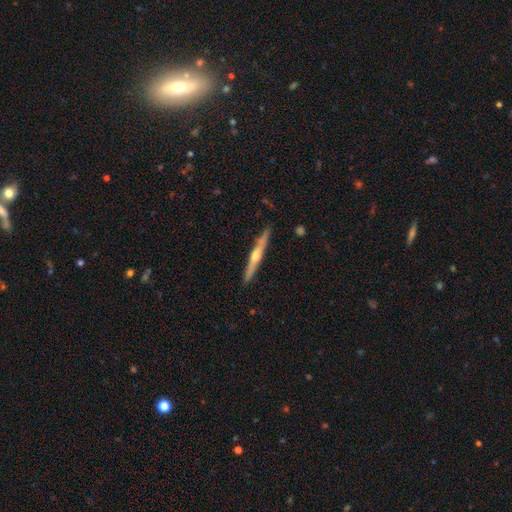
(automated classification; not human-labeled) smooth_or_featured: featured or disk (p=0.70) [alt: smooth p=0.25]
disk_edge_on: yes (p=0.98) [alt: no p=0.02]
edge_on_bulge: rounded (p=0.87) [alt: none p=0.10]
merging: none (p=0.90) [alt: minor disturbance p=0.07]